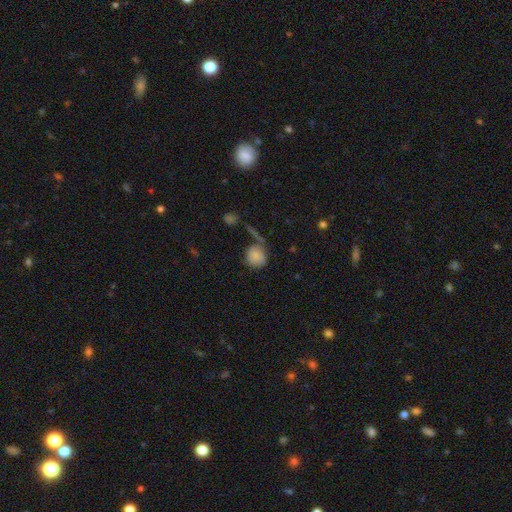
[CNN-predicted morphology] A smooth galaxy with no disk features (83%) that is round (80%).

Vote fractions:
- Smooth or featured? smooth: 83% / star or artifact: 9% / featured or disk: 8%
- How rounded? round: 80% / in between: 18% / cigar-shaped: 2%
- Merging? none: 55% / minor disturbance: 22% / merger: 14% / major disturbance: 10%